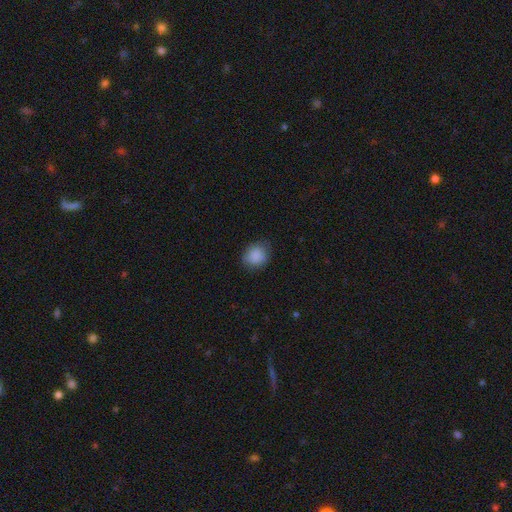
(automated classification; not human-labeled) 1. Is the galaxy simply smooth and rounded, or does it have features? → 88% smooth, 8% star or artifact, 4% featured or disk.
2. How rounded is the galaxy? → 68% round, 31% in between, 1% cigar-shaped.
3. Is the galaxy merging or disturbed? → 78% none, 18% minor disturbance, 4% major disturbance, 1% merger.